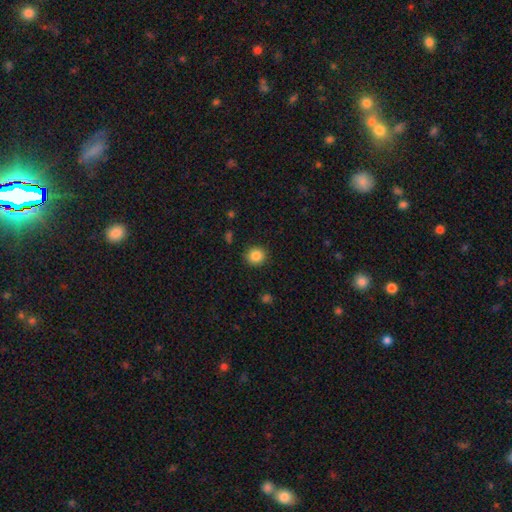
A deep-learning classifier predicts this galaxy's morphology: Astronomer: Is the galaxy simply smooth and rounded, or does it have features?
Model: smooth — 86%.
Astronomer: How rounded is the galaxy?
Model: round — 89%.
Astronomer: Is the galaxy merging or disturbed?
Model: none — 90%.